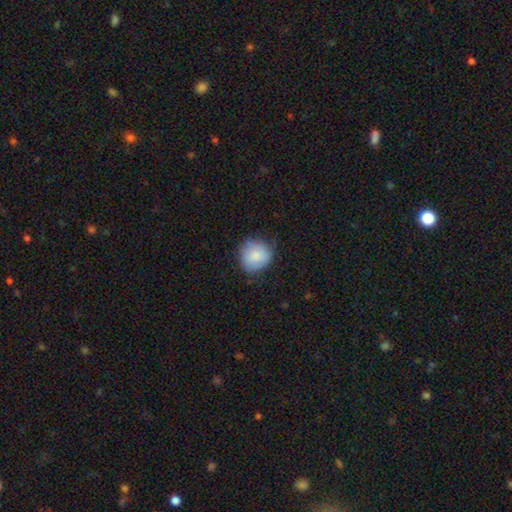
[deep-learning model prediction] smooth-or-featured: smooth: 83% | featured or disk: 10% | star or artifact: 7%
  how-rounded: round: 88% | in between: 11% | cigar-shaped: 1%
  merging: none: 70% | minor disturbance: 24% | major disturbance: 5% | merger: 1%